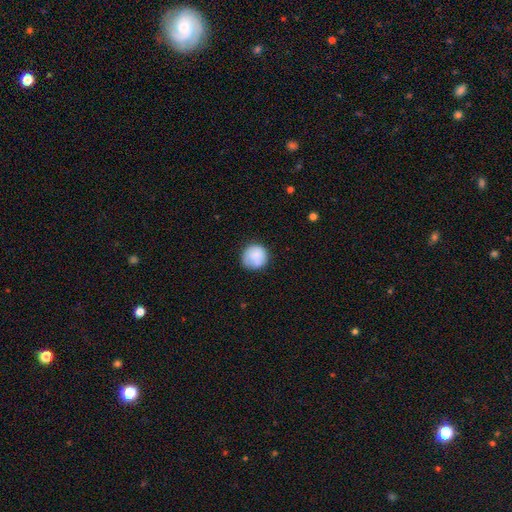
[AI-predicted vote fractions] A smooth galaxy with no disk features (84%) that is round (92%).

Vote fractions:
- Smooth or featured? smooth: 84% / featured or disk: 9% / star or artifact: 7%
- How rounded? round: 92% / in between: 8% / cigar-shaped: 1%
- Merging? none: 77% / minor disturbance: 17% / major disturbance: 4% / merger: 2%